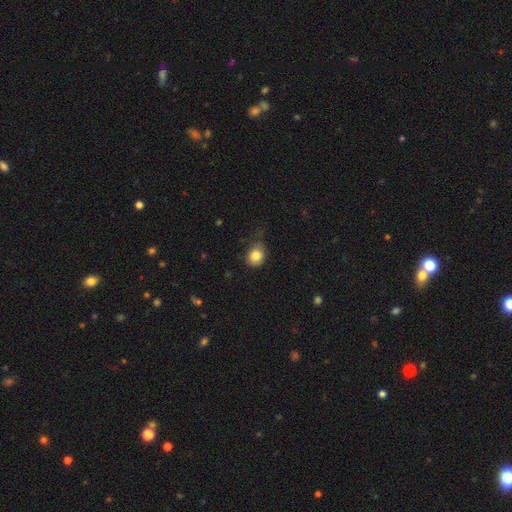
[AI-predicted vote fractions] This appears to be a smooth galaxy with no disk features (83%) that is round (64%). Merging: none (57%).